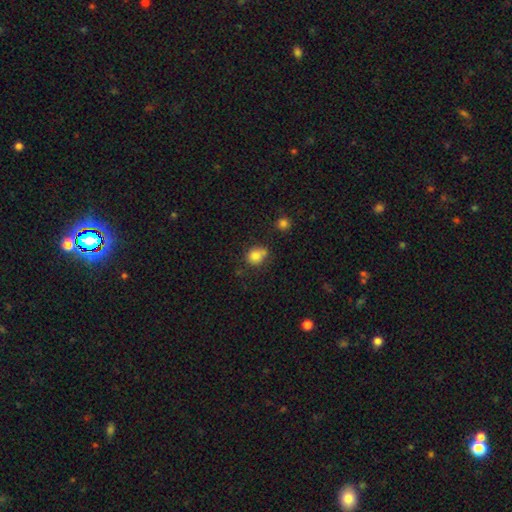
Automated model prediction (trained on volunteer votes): Morphology: type=smooth (81%); roundness=round (75%); merging=none (57%).